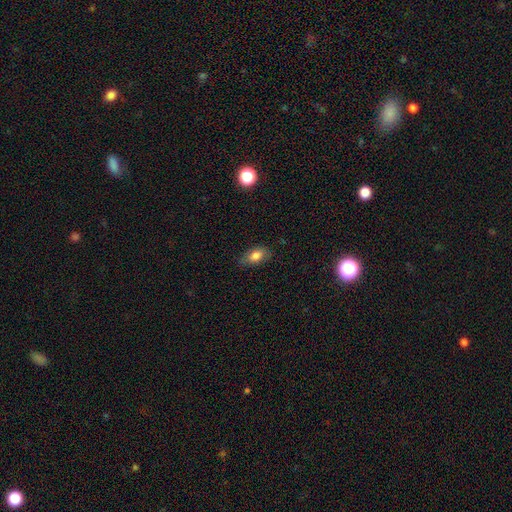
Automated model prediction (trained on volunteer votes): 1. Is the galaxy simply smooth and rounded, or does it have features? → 80% smooth, 12% featured or disk, 9% star or artifact.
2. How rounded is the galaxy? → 89% in between, 7% round, 3% cigar-shaped.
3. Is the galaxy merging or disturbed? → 77% none, 18% minor disturbance, 4% major disturbance, 1% merger.